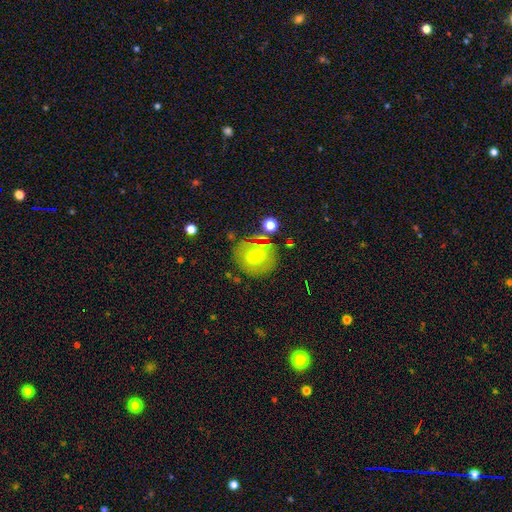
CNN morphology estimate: type=smooth (60%); roundness=round (84%); merging=none (71%).